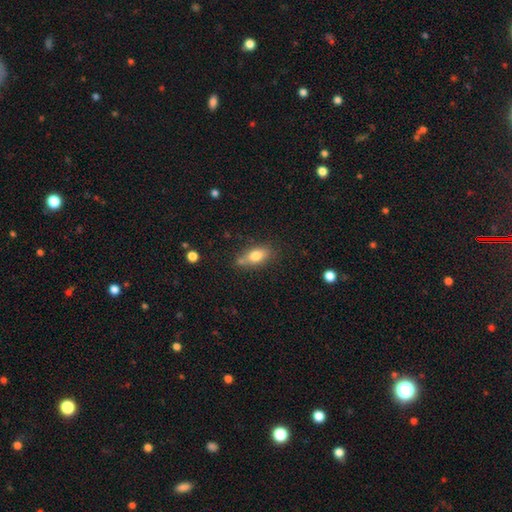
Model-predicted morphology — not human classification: A smooth galaxy with no disk features (77%) that is in between round and cigar-shaped (82%).

Vote fractions:
- Smooth or featured? smooth: 77% / featured or disk: 15% / star or artifact: 8%
- How rounded? in between: 82% / cigar-shaped: 11% / round: 7%
- Merging? none: 64% / minor disturbance: 19% / merger: 12% / major disturbance: 5%